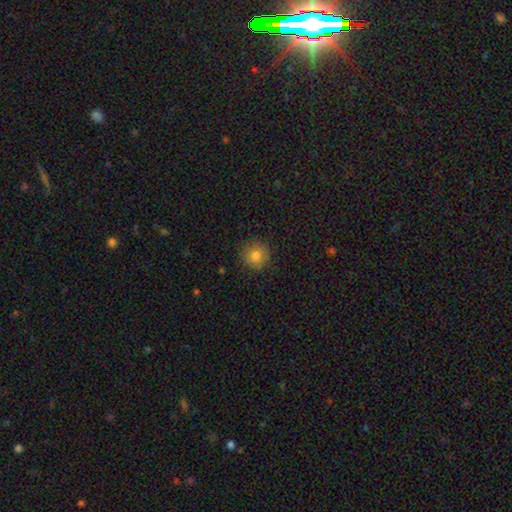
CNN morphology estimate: This appears to be a smooth galaxy with no disk features (80%) that is round (93%). Merging: none (85%).